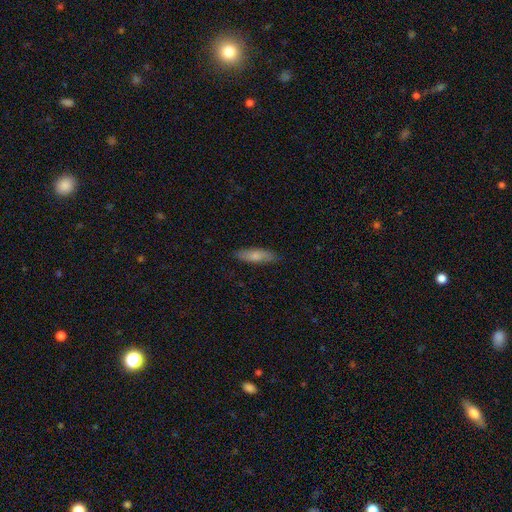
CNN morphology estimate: Smooth or featured? smooth (77%)
How rounded? cigar-shaped (55%)
Merging? none (83%)